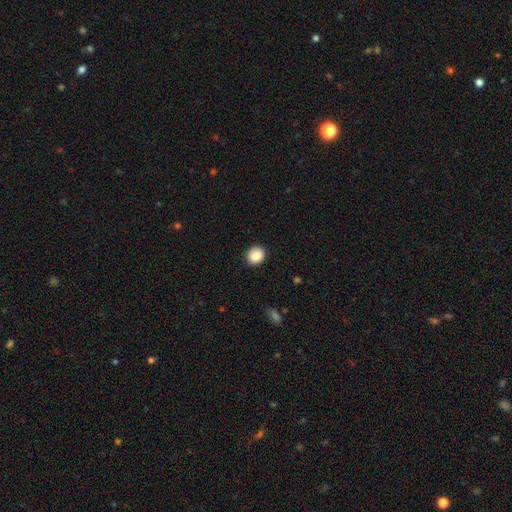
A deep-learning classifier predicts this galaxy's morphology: The model was most divided on "how rounded": round: 76%, in between: 24%, cigar-shaped: 1%. More confident: merging — none (88%); smooth or featured — smooth (88%).